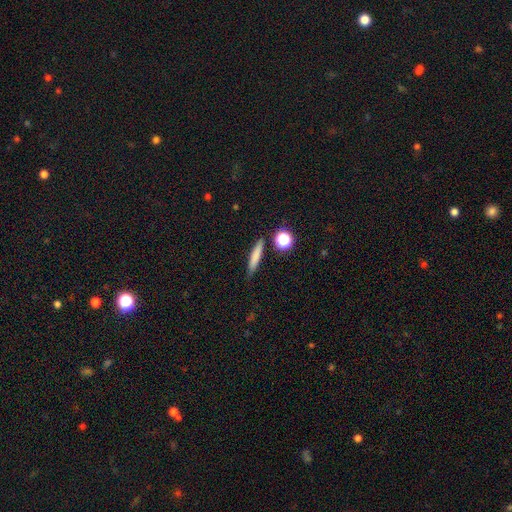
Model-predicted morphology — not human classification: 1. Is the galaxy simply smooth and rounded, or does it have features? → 74% smooth, 16% featured or disk, 10% star or artifact.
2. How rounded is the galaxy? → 85% cigar-shaped, 11% in between, 5% round.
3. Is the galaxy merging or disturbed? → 83% none, 11% minor disturbance, 4% merger, 3% major disturbance.